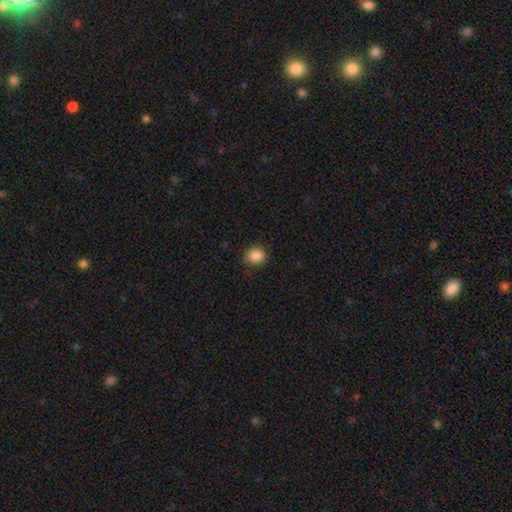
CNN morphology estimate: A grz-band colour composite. It shows a smooth galaxy with no disk features (87%) that is round (69%). Merging: none (86%).